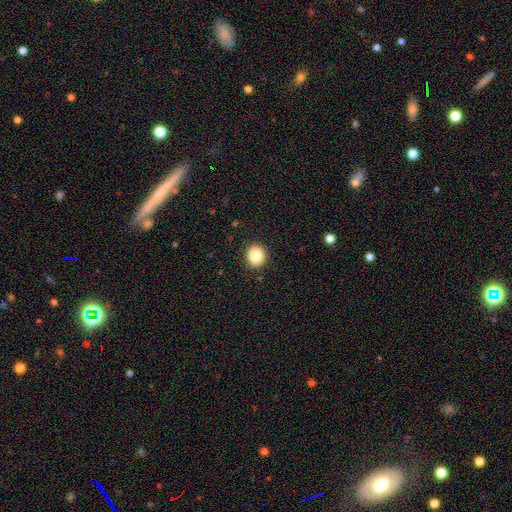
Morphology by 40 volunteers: Smooth or featured?
  - smooth: 88% *
  - featured or disk: 8%
  - star or artifact: 5%
How rounded?
  - round: 97% *
  - in between: 3%
  - cigar-shaped: 0%
Merging?
  - none: 95% *
  - minor disturbance: 5%
  - major disturbance: 0%
  - merger: 0%